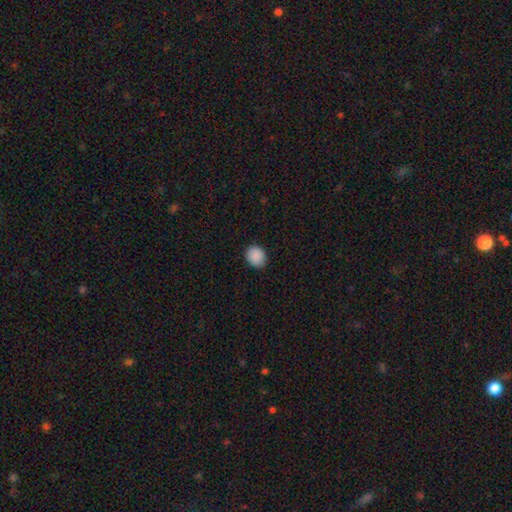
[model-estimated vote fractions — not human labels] A smooth galaxy with no disk features (90%) that is round (57%). Merging: none (88%).